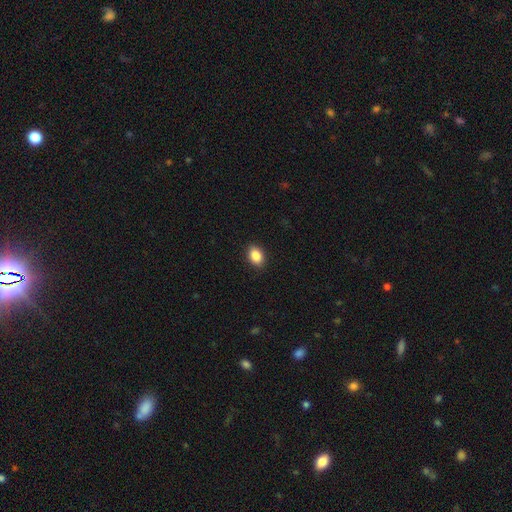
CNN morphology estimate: This is clearly a smooth galaxy (88%). How rounded: likely in between (78%). Merging: clearly none (90%).